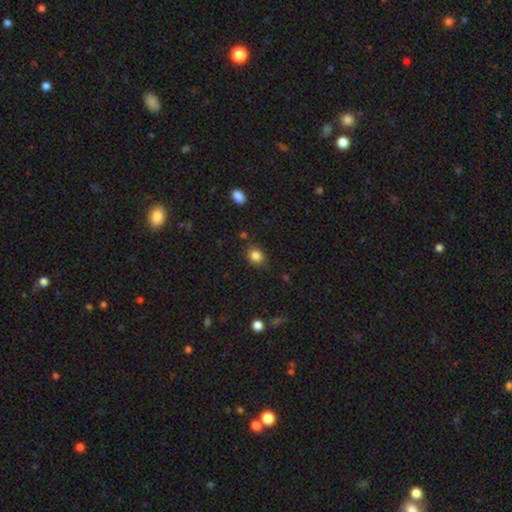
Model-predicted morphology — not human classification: type=smooth (84%); roundness=round (66%); merging=none (82%).